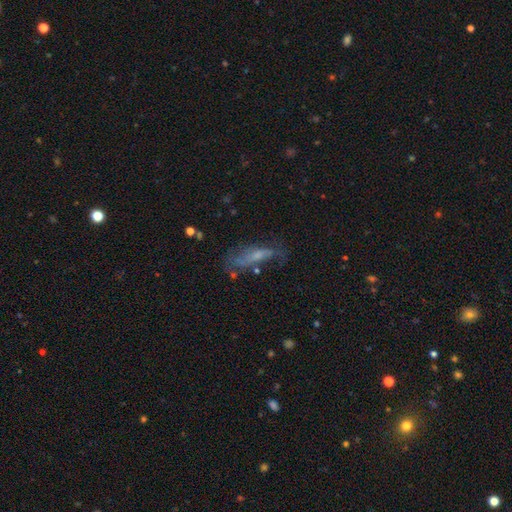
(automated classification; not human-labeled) This appears to be a featured or disk galaxy (47%). Merging: none (47%).